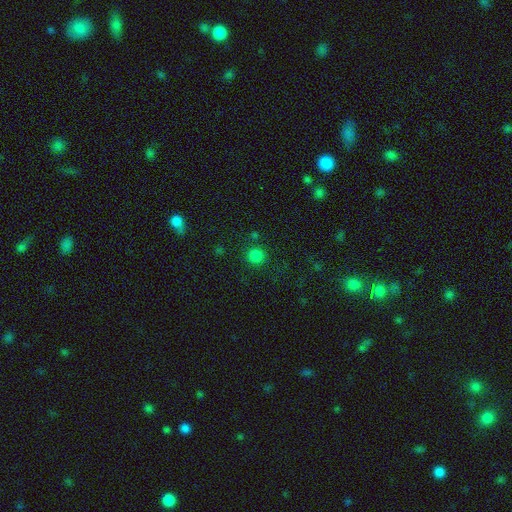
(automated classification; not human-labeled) A smooth galaxy with no disk features (80%) that is round (92%).

Vote fractions:
- Smooth or featured? smooth: 80% / star or artifact: 16% / featured or disk: 4%
- How rounded? round: 92% / in between: 7% / cigar-shaped: 1%
- Merging? none: 84% / minor disturbance: 8% / merger: 4% / major disturbance: 4%